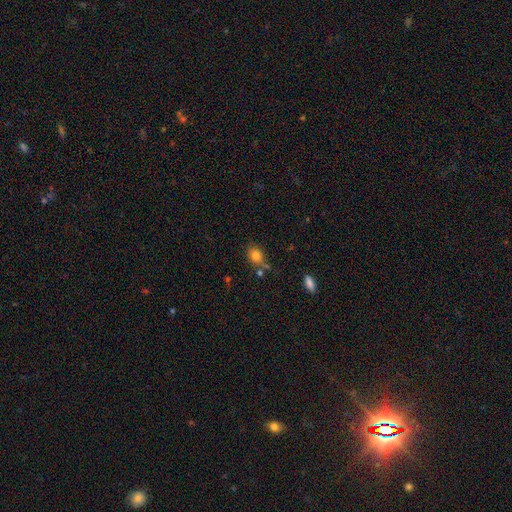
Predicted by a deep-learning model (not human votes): A smooth galaxy with no disk features (80%) that is in between round and cigar-shaped (52%). Merging: none (59%).